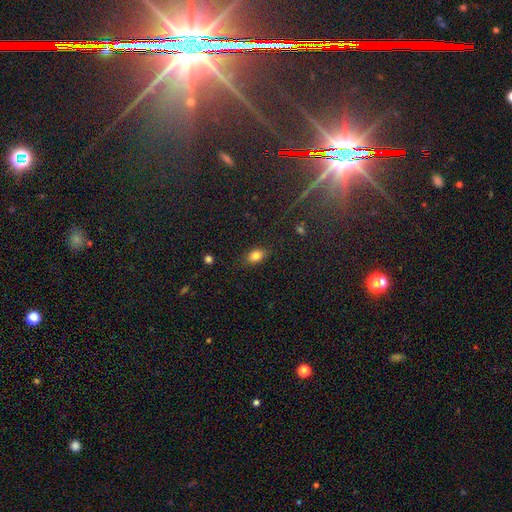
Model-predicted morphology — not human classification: Smooth or featured? smooth (83%)
How rounded? in between (82%)
Merging? none (84%)